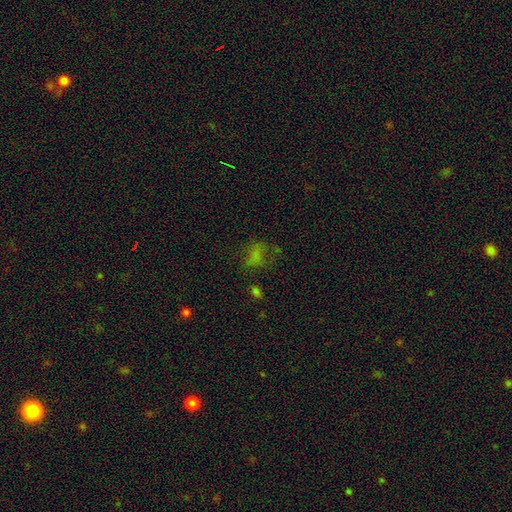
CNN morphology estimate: Smooth or featured? smooth (56%)
How rounded? in between (67%)
Merging? none (46%)